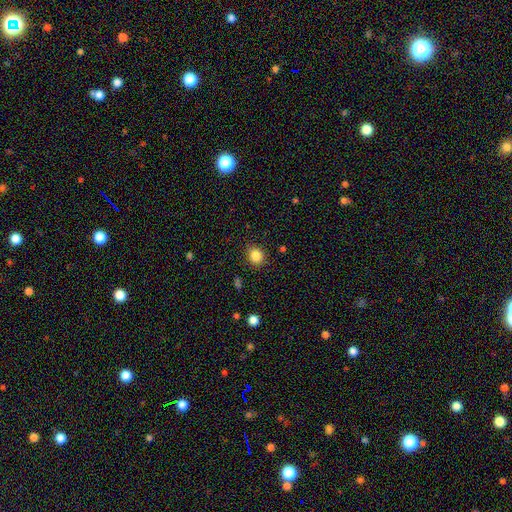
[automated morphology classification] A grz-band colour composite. It shows a smooth galaxy with no disk features (85%) that is round (77%). Merging: none (86%).